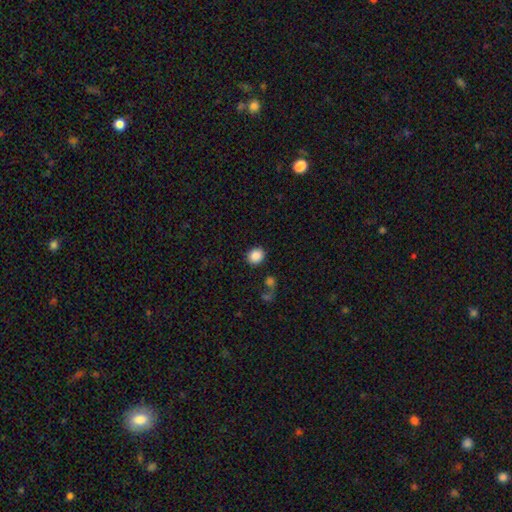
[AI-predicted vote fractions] Q: Smooth or featured?
A: smooth (87%); runner-up: star or artifact (9%)
Q: How rounded?
A: round (76%); runner-up: in between (23%)
Q: Merging?
A: none (84%); runner-up: minor disturbance (7%)